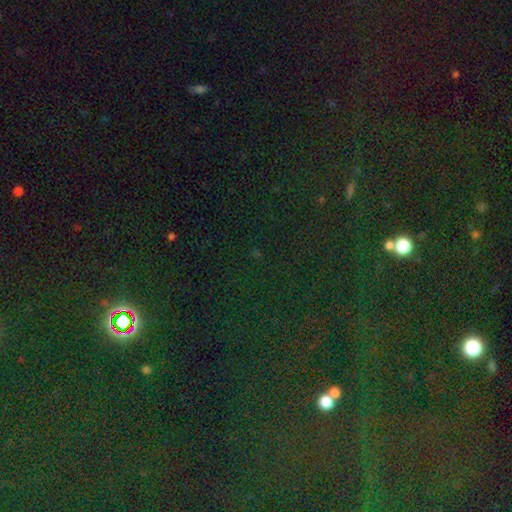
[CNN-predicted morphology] A star or artifact, not a galaxy (80%).

Vote fractions:
- Smooth or featured? star or artifact: 80% / smooth: 13% / featured or disk: 8%